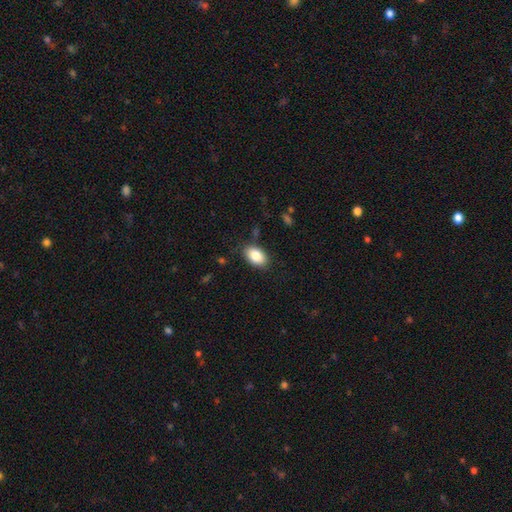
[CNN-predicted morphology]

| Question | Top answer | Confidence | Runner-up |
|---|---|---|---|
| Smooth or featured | smooth | 86% | star or artifact (7%) |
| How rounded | in between | 90% | round (8%) |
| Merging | none | 84% | minor disturbance (11%) |